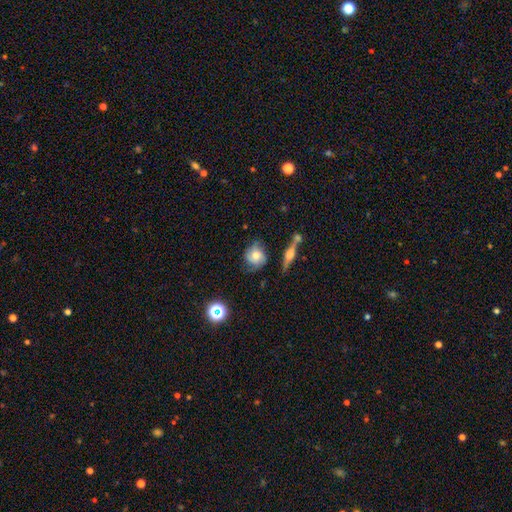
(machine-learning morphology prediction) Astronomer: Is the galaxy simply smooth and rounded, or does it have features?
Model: featured or disk — 49% (runner-up: smooth, 42%).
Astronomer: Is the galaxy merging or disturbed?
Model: none — 56%.